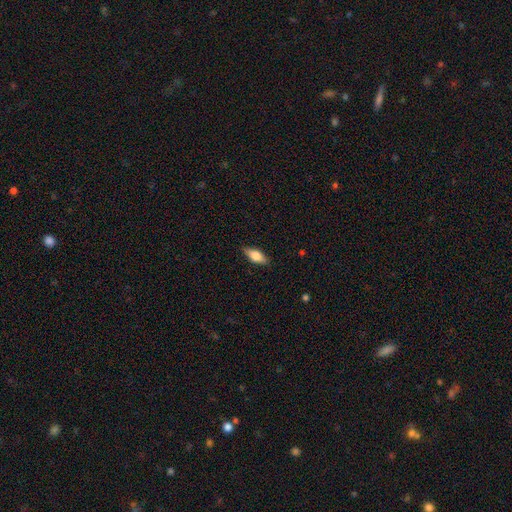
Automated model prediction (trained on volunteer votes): Smooth or featured: smooth — 64% (featured or disk — 29%)
How rounded: in between — 75% (cigar-shaped — 22%)
Merging: none — 86% (minor disturbance — 11%)